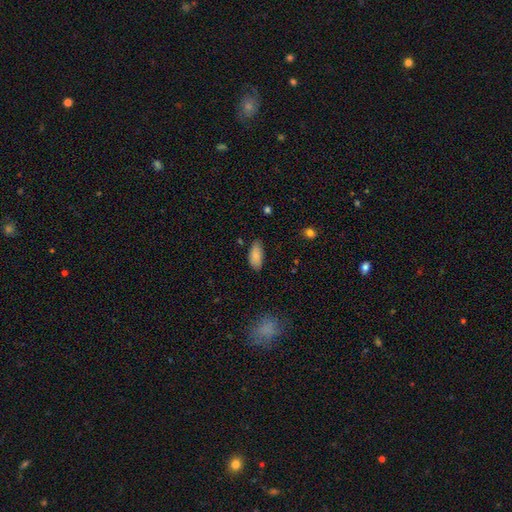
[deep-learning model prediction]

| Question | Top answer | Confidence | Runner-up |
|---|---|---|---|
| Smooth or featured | smooth | 86% | star or artifact (7%) |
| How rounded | in between | 87% | cigar-shaped (11%) |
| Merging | none | 76% | minor disturbance (19%) |